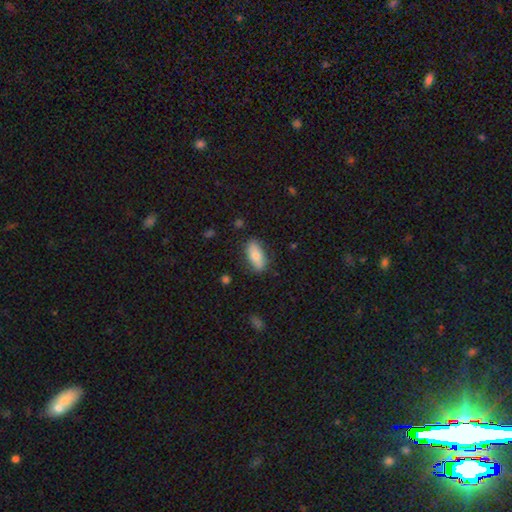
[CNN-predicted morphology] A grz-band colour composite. It shows a smooth galaxy with no disk features (73%) that is in between round and cigar-shaped (84%). Merging: none (78%).